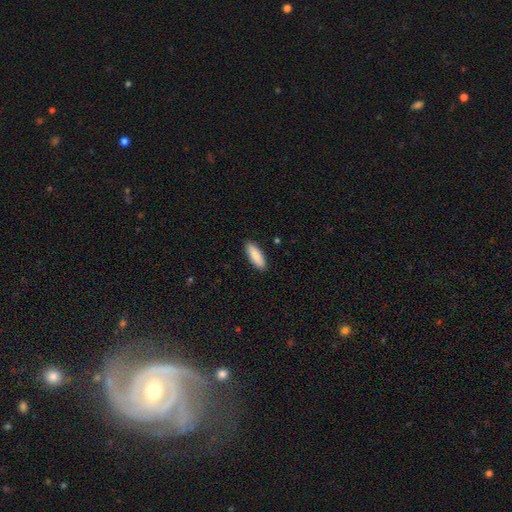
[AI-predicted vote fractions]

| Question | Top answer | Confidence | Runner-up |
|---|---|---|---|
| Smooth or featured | smooth | 88% | featured or disk (7%) |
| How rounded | in between | 56% | cigar-shaped (42%) |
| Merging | none | 90% | minor disturbance (7%) |